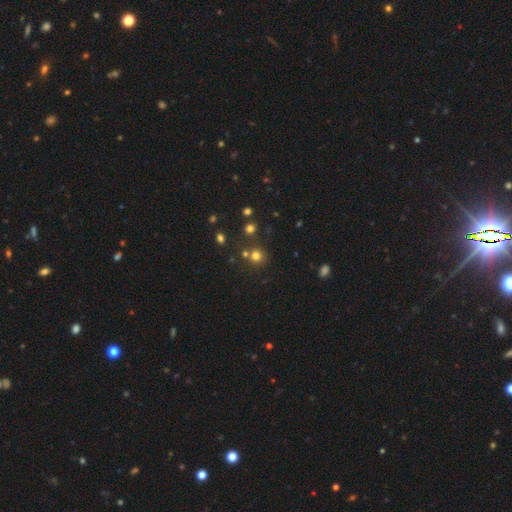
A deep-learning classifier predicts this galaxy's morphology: A smooth galaxy with no disk features (71%) that is round (89%). Merging: none (70%).